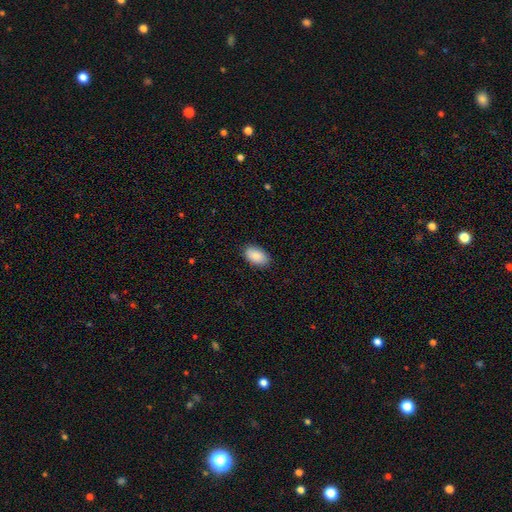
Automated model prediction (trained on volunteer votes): smooth_or_featured: smooth (p=0.88) [alt: star or artifact p=0.06]
how_rounded: in between (p=0.94) [alt: round p=0.05]
merging: none (p=0.87) [alt: minor disturbance p=0.10]